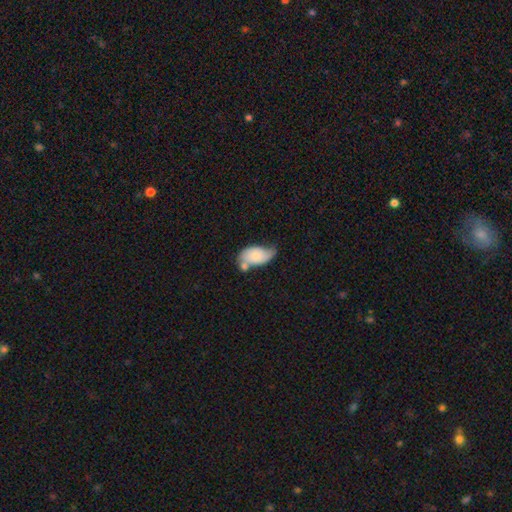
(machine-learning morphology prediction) Smooth or featured?
  - smooth: 60% *
  - featured or disk: 34%
  - star or artifact: 7%
How rounded?
  - in between: 92% *
  - round: 6%
  - cigar-shaped: 2%
Merging?
  - none: 33% *
  - minor disturbance: 30%
  - merger: 25%
  - major disturbance: 13%